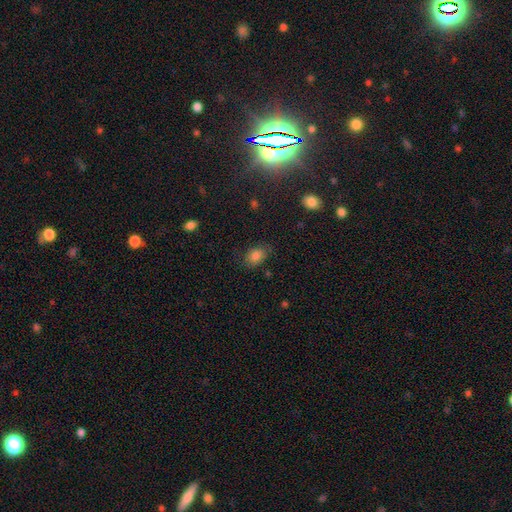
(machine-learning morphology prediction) Q: Smooth or featured?
A: smooth (82%); runner-up: star or artifact (11%)
Q: How rounded?
A: in between (72%); runner-up: round (27%)
Q: Merging?
A: none (76%); runner-up: minor disturbance (18%)